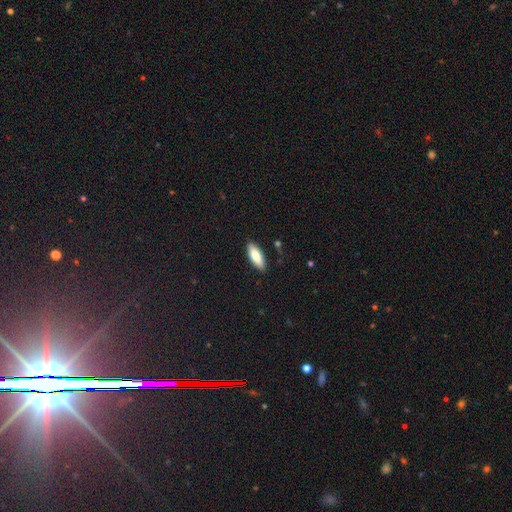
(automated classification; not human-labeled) A smooth galaxy with no disk features (80%) that is in between round and cigar-shaped (63%).

Vote fractions:
- Smooth or featured? smooth: 80% / featured or disk: 14% / star or artifact: 6%
- How rounded? in between: 63% / cigar-shaped: 35% / round: 2%
- Merging? none: 88% / minor disturbance: 9% / major disturbance: 2% / merger: 1%